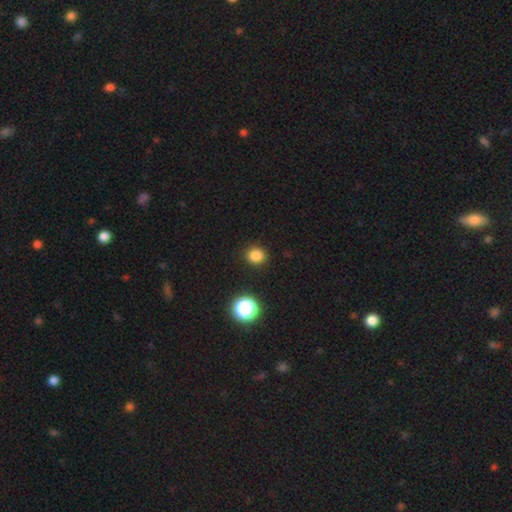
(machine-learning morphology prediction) This is clearly a smooth galaxy (83%). How rounded: clearly round (85%). Merging: clearly none (91%).